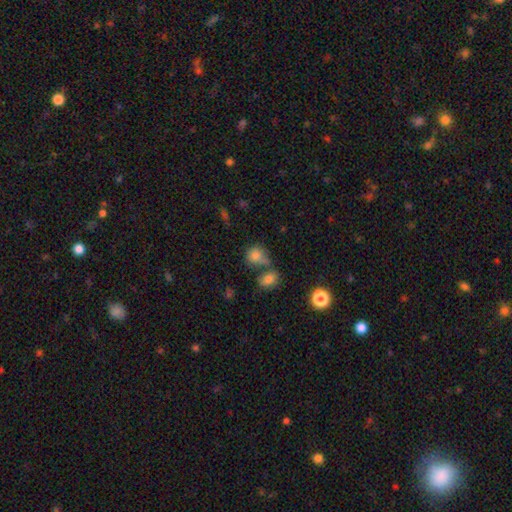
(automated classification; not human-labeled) Smooth or featured: smooth — 79% (star or artifact — 11%)
How rounded: round — 67% (in between — 31%)
Merging: none — 44% (merger — 36%)